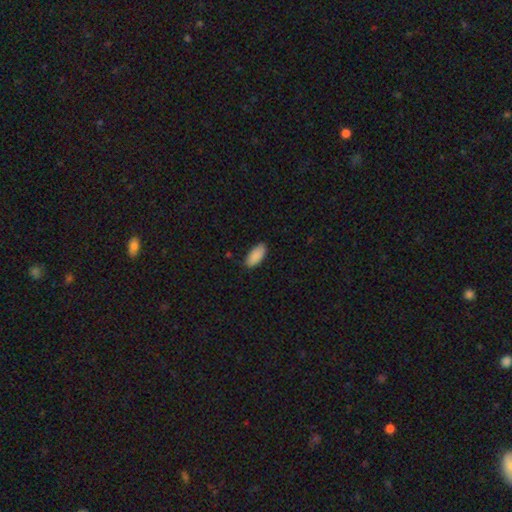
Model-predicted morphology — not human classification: This is clearly a smooth galaxy (90%). How rounded: clearly in between (91%). Merging: clearly none (83%).